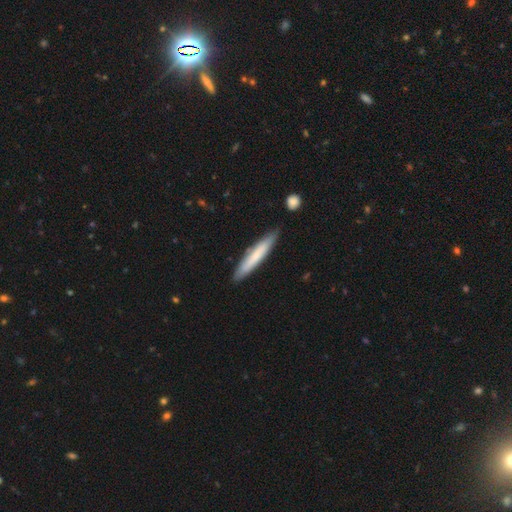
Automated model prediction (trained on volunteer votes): This is likely a smooth galaxy (67%). How rounded: clearly cigar-shaped (93%). Merging: clearly none (85%).